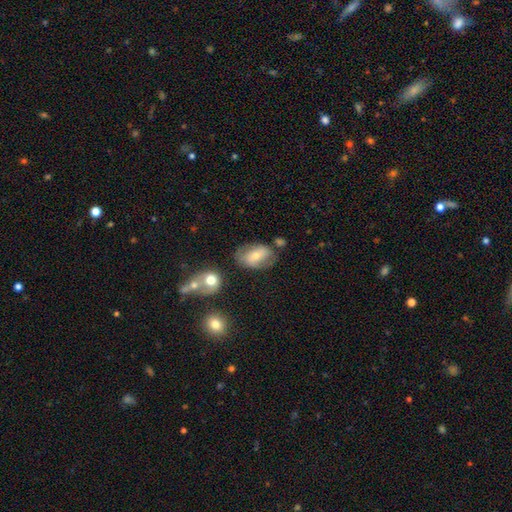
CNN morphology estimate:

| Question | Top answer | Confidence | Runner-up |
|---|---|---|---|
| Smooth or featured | smooth | 51% | featured or disk (41%) |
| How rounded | in between | 83% | round (15%) |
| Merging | none | 58% | minor disturbance (23%) |